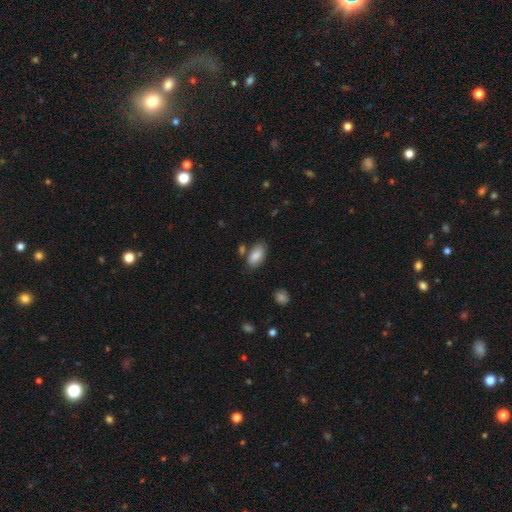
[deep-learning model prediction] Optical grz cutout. It shows a smooth galaxy with no disk features (85%) that is in between round and cigar-shaped (93%). Merging: none (71%).